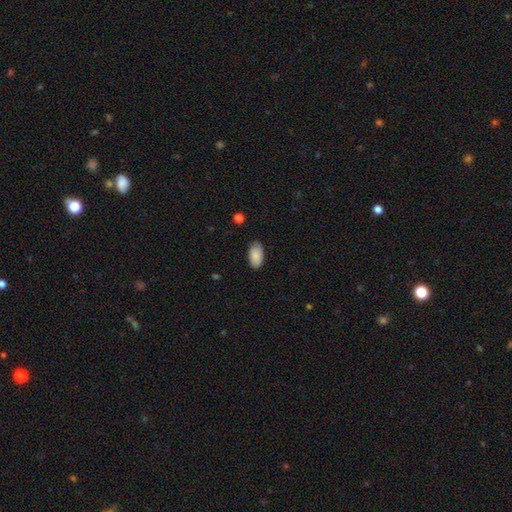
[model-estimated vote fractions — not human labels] A smooth galaxy with no disk features (88%) that is in between round and cigar-shaped (95%).

Vote fractions:
- Smooth or featured? smooth: 88% / star or artifact: 6% / featured or disk: 6%
- How rounded? in between: 95% / round: 3% / cigar-shaped: 2%
- Merging? none: 85% / minor disturbance: 12% / major disturbance: 2% / merger: 1%